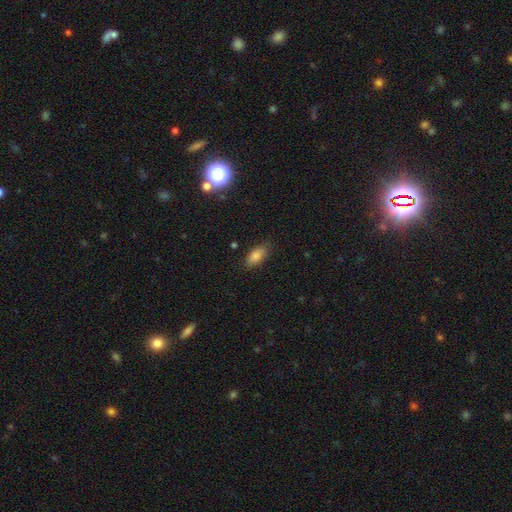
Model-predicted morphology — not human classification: Smooth or featured? smooth (82%)
How rounded? in between (84%)
Merging? none (80%)